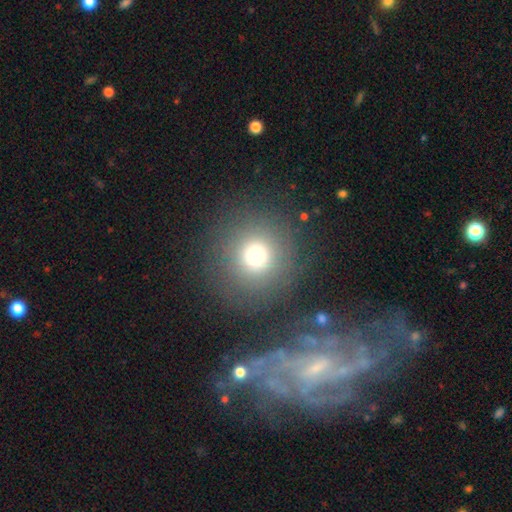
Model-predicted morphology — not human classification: A smooth galaxy with no disk features (74%) that is round (93%).

Vote fractions:
- Smooth or featured? smooth: 74% / star or artifact: 13% / featured or disk: 12%
- How rounded? round: 93% / in between: 6% / cigar-shaped: 1%
- Merging? none: 79% / minor disturbance: 9% / merger: 6% / major disturbance: 5%